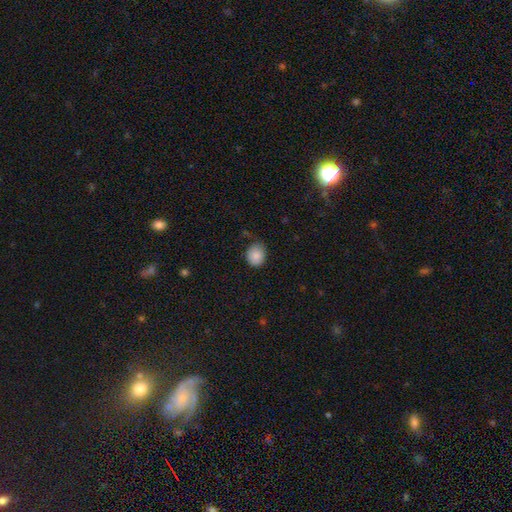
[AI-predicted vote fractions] Smooth or featured? smooth (87%)
How rounded? round (60%)
Merging? none (70%)